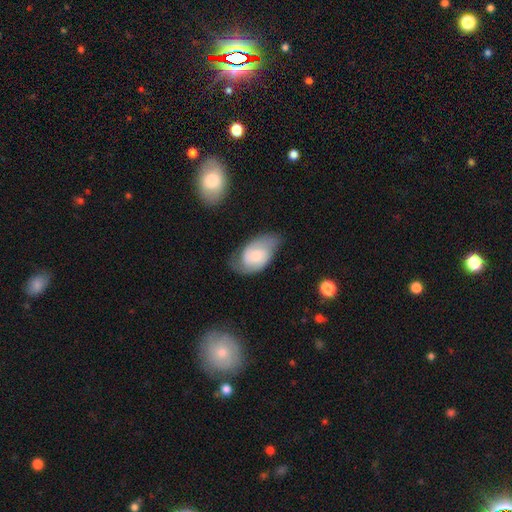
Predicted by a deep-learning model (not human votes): featured or disk 57%, smooth 37%, star or artifact 7%. Down the decision tree: edge-on disk — no (95%); bar — no (65%); spiral arms — yes (85%); bulge size — moderate (48%); merging — none (58%).